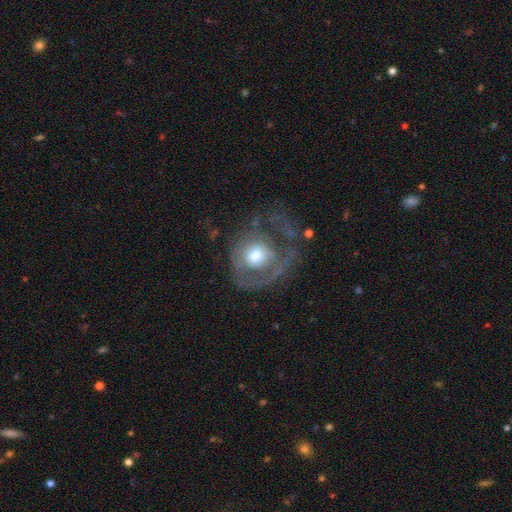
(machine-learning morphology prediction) Overall: featured or disk (52%; smooth 40%). Edge-on disk: no (96%). Merging: major disturbance (43%; none 35%).